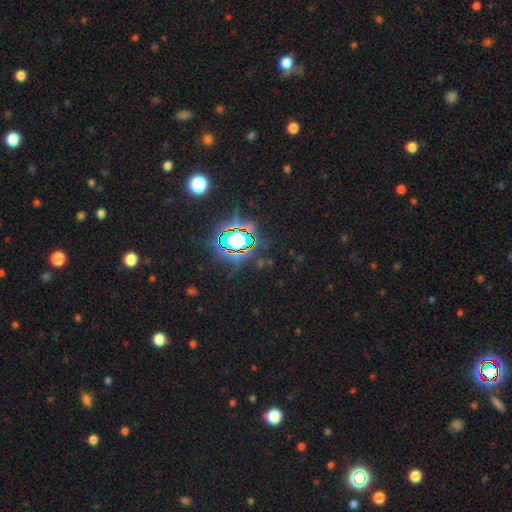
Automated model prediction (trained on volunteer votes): smooth_or_featured: star or artifact (p=0.83) [alt: smooth p=0.10]